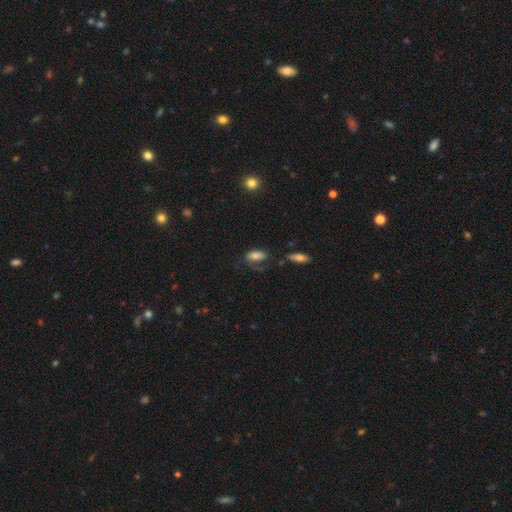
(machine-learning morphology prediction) Overall: smooth (69%). How rounded: in between (85%). Merging: none (43%; major disturbance 29%).